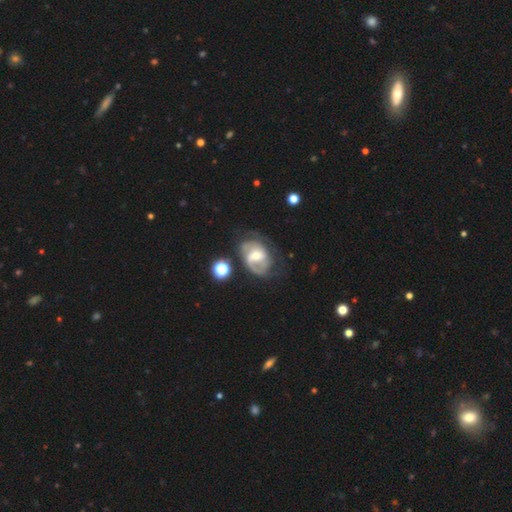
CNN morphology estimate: Q: Smooth or featured?
A: featured or disk (80%); runner-up: smooth (13%)
Q: Edge-on disk?
A: no (97%); runner-up: yes (3%)
Q: Bar?
A: weak (49%); runner-up: no (38%)
Q: Spiral arms?
A: yes (91%); runner-up: no (9%)
Q: Spiral winding?
A: medium (45%); runner-up: tight (36%)
Q: Spiral arm count?
A: 2 (48%); runner-up: can't tell (20%)
Q: Bulge size?
A: moderate (55%); runner-up: small (32%)
Q: Merging?
A: none (52%); runner-up: minor disturbance (22%)